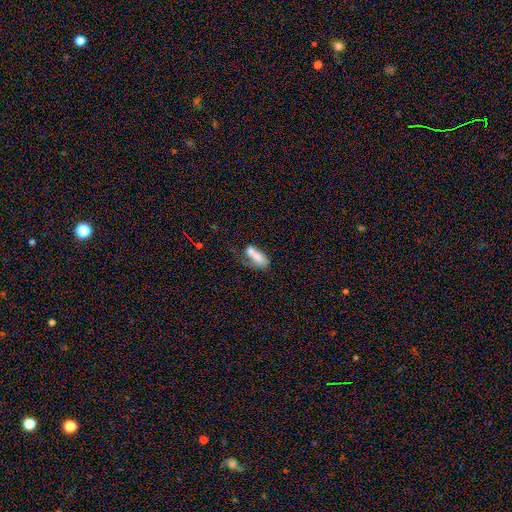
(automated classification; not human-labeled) Morphology: type=smooth (71%); roundness=in between (74%); merging=merger (42%).